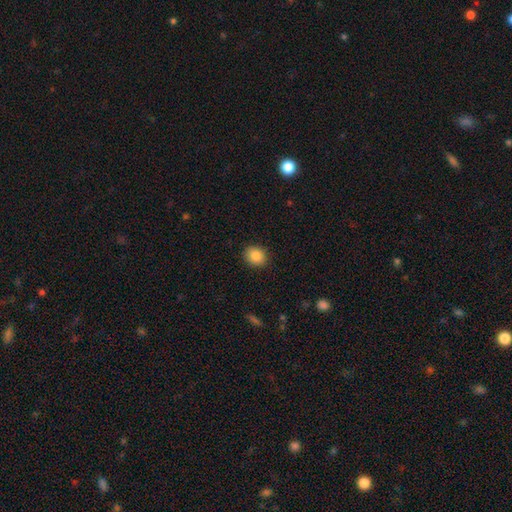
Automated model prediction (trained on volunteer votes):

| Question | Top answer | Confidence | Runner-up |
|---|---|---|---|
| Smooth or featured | smooth | 87% | star or artifact (9%) |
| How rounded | round | 64% | in between (35%) |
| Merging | none | 90% | minor disturbance (7%) |